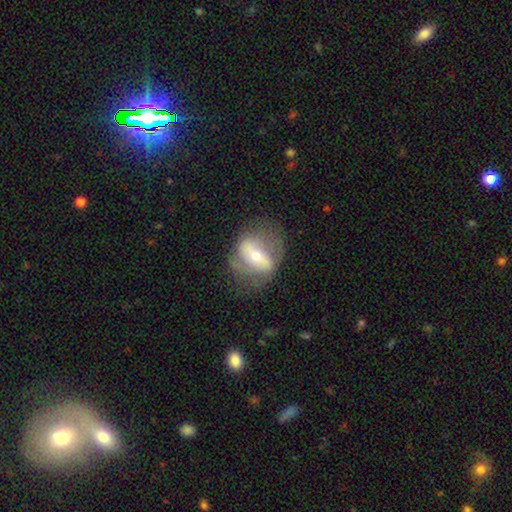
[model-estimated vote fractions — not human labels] featured or disk 67%, smooth 26%, star or artifact 7%. Down the decision tree: edge-on disk — no (89%); bar — strong (54%); spiral arms — yes (57%); bulge size — moderate (48%); merging — none (59%).